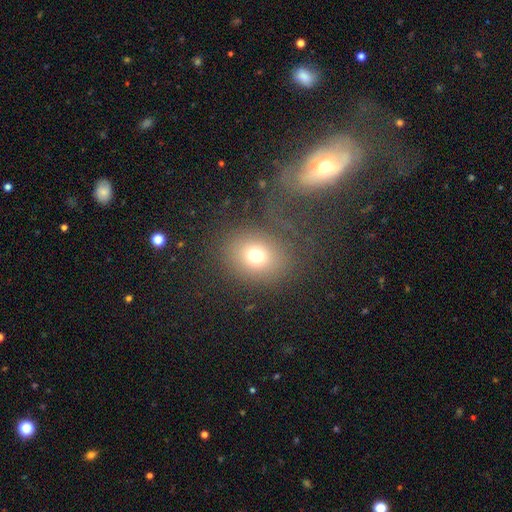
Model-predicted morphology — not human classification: This appears to be a smooth galaxy with no disk features (70%) that is round (61%). Merging: none (68%).